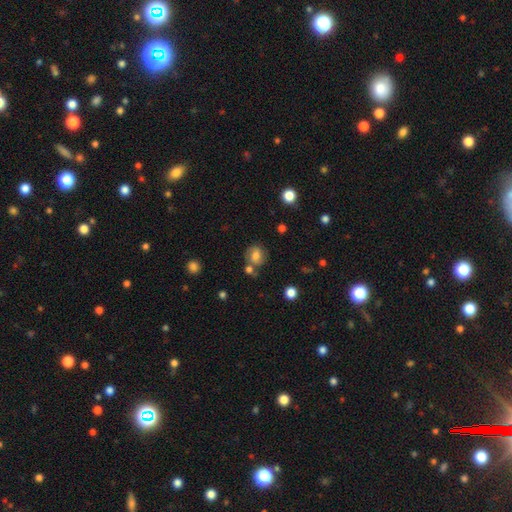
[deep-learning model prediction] A smooth galaxy with no disk features (69%) that is round (72%). Merging: none (62%).